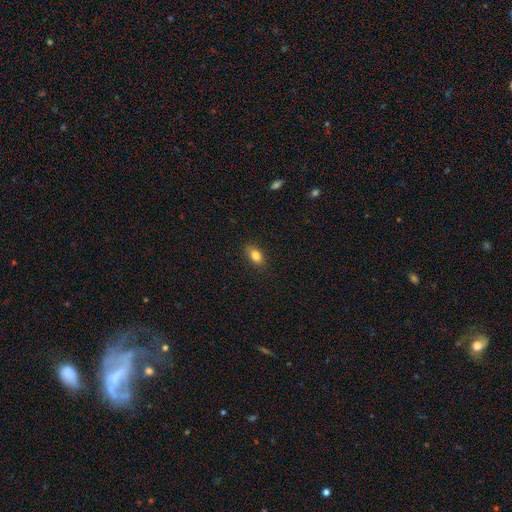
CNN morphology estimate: Smooth or featured? smooth (82%)
How rounded? in between (83%)
Merging? none (86%)